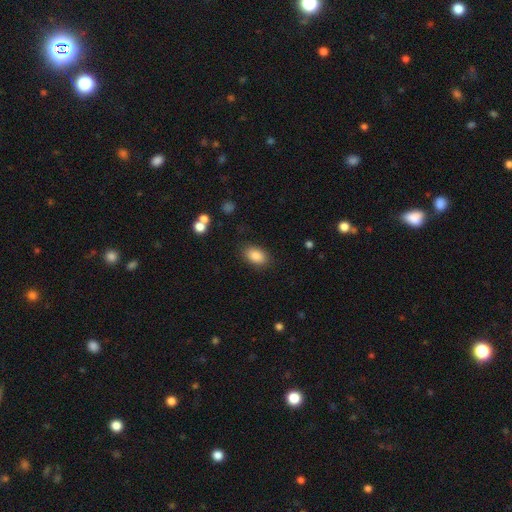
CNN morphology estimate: smooth 86%, star or artifact 8%, featured or disk 6%. Down the decision tree: how rounded — in between (88%); merging — none (84%).